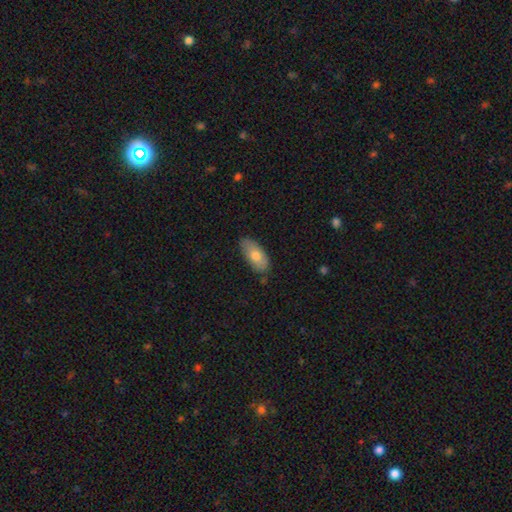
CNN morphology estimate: Smooth or featured? smooth (75%)
How rounded? in between (89%)
Merging? none (79%)